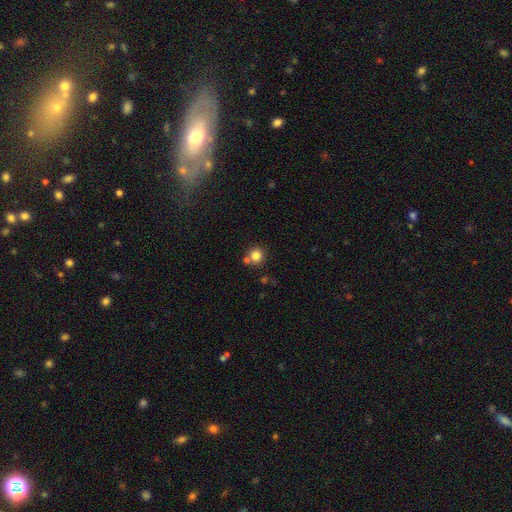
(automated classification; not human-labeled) Smooth or featured? smooth (81%)
How rounded? round (92%)
Merging? none (69%)